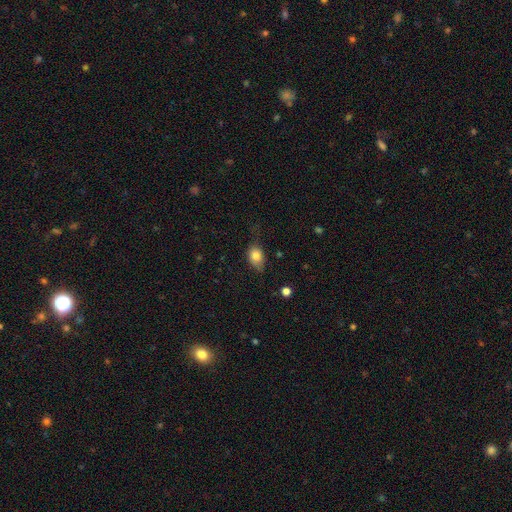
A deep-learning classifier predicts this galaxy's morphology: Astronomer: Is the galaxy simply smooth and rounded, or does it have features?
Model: smooth — 80%.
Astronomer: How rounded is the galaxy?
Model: in between — 74%.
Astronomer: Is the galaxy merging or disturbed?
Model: none — 53% (runner-up: minor disturbance, 34%).